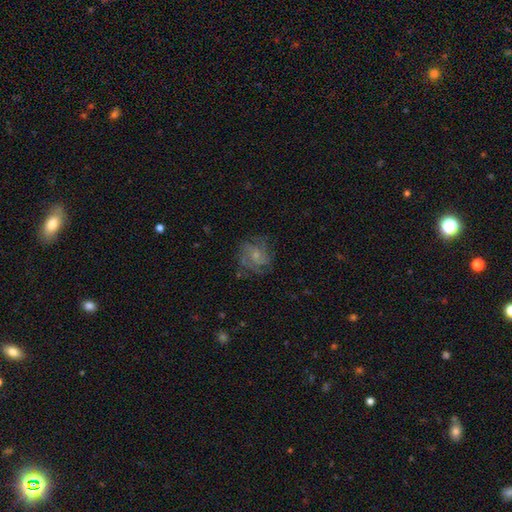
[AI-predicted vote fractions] A featured or disk galaxy (66%) with no bar (73%), tight (44%) spiral arms (87%) and a small central bulge (62%). Merging: none (69%).